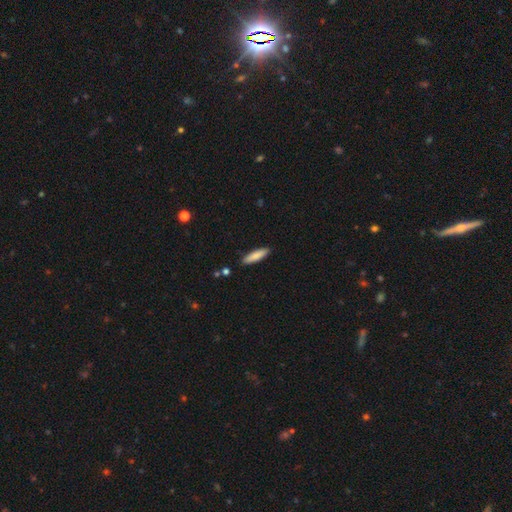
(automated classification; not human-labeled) Smooth or featured?
  - smooth: 83% *
  - featured or disk: 11%
  - star or artifact: 6%
How rounded?
  - cigar-shaped: 71% *
  - in between: 28%
  - round: 1%
Merging?
  - none: 88% *
  - minor disturbance: 8%
  - merger: 2%
  - major disturbance: 2%